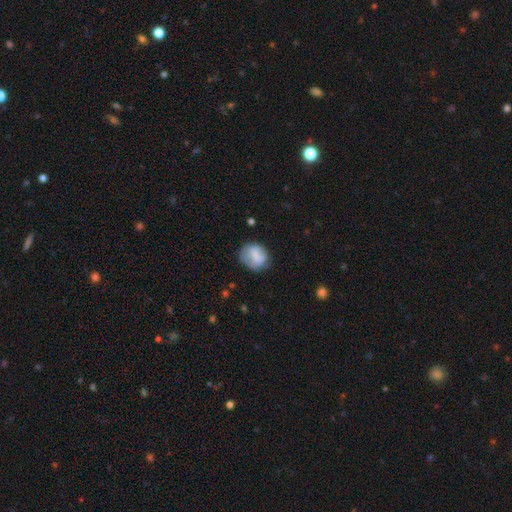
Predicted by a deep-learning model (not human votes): smooth-or-featured: smooth: 69% | featured or disk: 24% | star or artifact: 8%
  how-rounded: round: 65% | in between: 34% | cigar-shaped: 1%
  merging: none: 63% | minor disturbance: 25% | major disturbance: 9% | merger: 3%